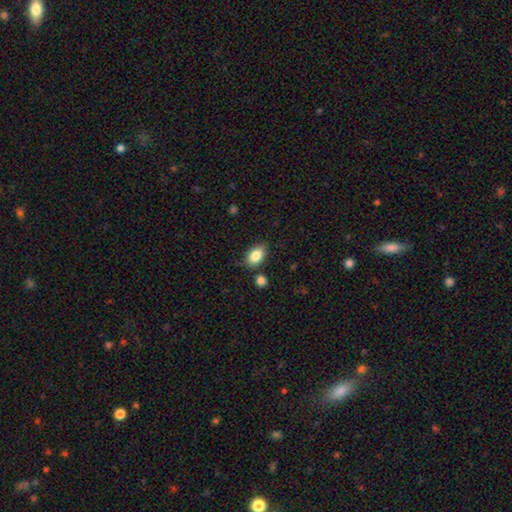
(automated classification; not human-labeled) The model was most divided on "merging": none: 80%, minor disturbance: 13%, merger: 5%, major disturbance: 3%. More confident: how rounded — in between (88%); smooth or featured — smooth (86%).